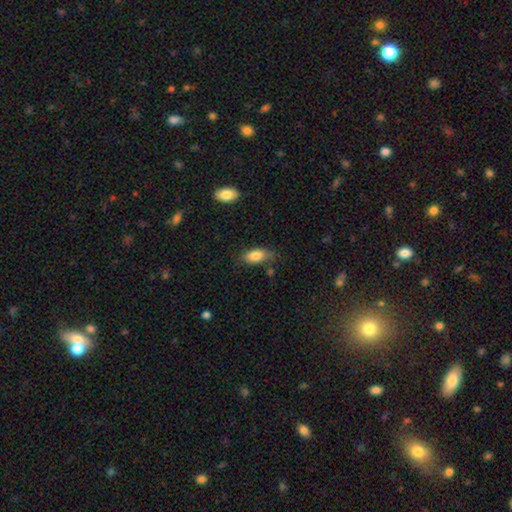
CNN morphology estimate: Overall: smooth (82%). How rounded: in between (86%). Merging: none (68%).